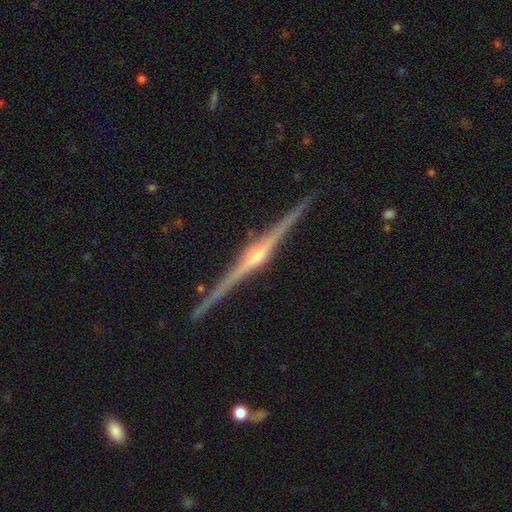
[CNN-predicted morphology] A featured or disk galaxy (91%) viewed edge-on (99%) with a rounded central bulge (85%).

Vote fractions:
- Smooth or featured? featured or disk: 91% / smooth: 5% / star or artifact: 5%
- Edge-on disk? yes: 99% / no: 1%
- Edge-on bulge? rounded: 85% / boxy: 9% / none: 6%
- Merging? none: 92% / minor disturbance: 6% / major disturbance: 1% / merger: 1%